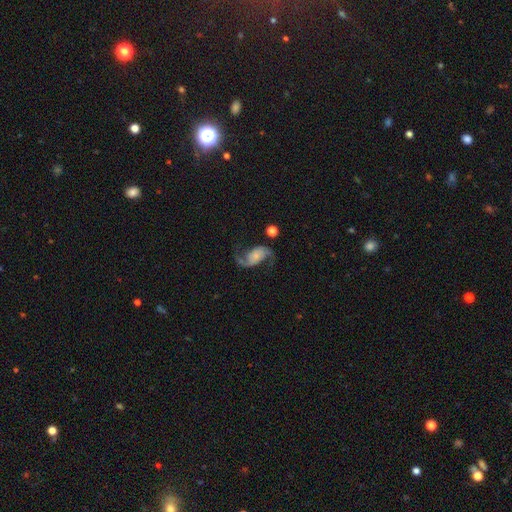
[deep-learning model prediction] The model was most divided on "bulge size": small: 48%, none: 25%, moderate: 17%, large: 7%, dominant: 3%. More confident: edge-on disk — no (98%); spiral arms — yes (97%); spiral arm count — 2 (93%); smooth or featured — featured or disk (85%); merging — none (70%); spiral winding — loose (69%); bar — no (62%).